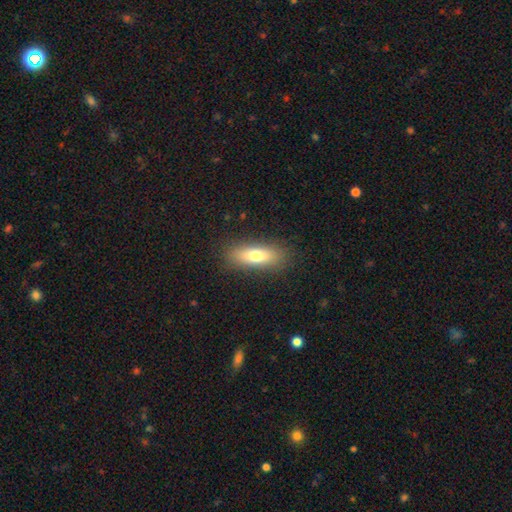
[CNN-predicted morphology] smooth_or_featured: smooth (p=0.74) [alt: featured or disk p=0.19]
how_rounded: in between (p=0.59) [alt: cigar-shaped p=0.37]
merging: none (p=0.86) [alt: minor disturbance p=0.10]